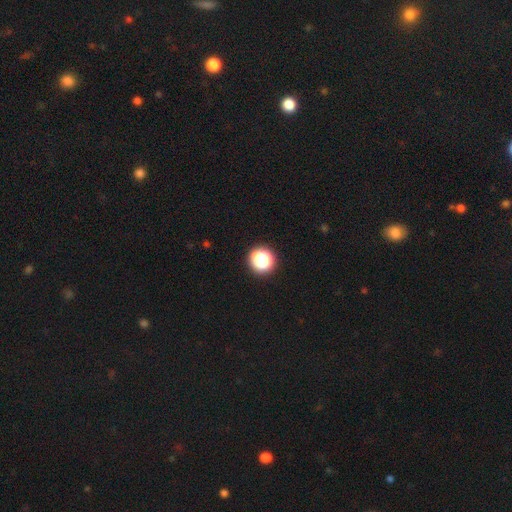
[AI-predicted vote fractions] smooth 48%, star or artifact 42%, featured or disk 9%. Down the decision tree: merging — none (82%).